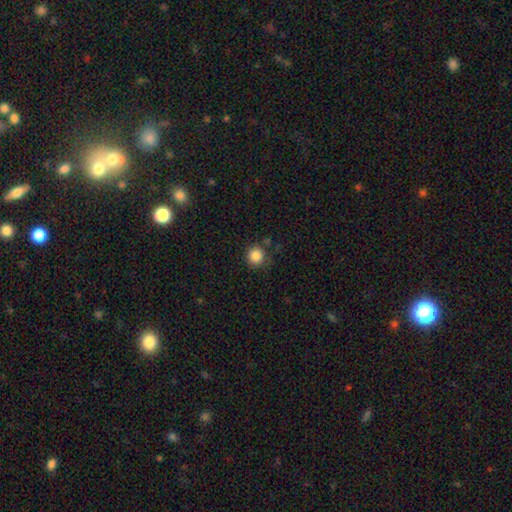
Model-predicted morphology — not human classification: A smooth galaxy with no disk features (86%) that is round (95%). Merging: none (83%).